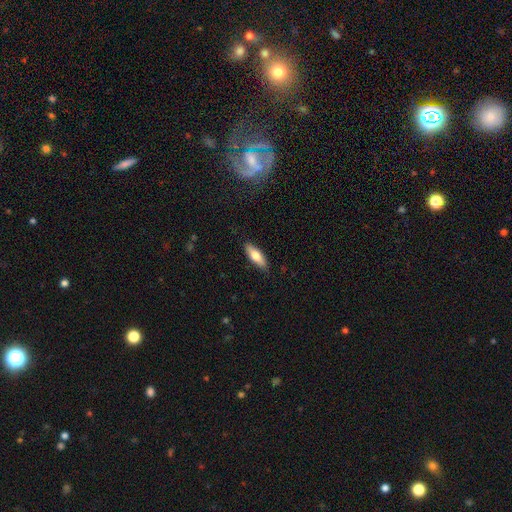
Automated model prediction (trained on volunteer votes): Smooth or featured: smooth — 73% (featured or disk — 22%)
How rounded: in between — 57% (cigar-shaped — 41%)
Merging: none — 87% (minor disturbance — 10%)